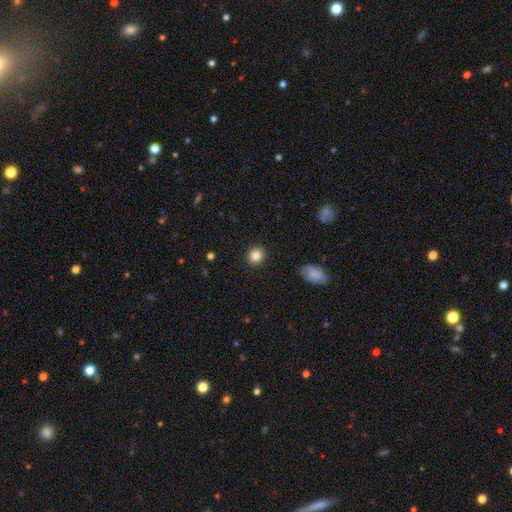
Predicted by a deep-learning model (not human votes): Morphology: type=smooth (85%); roundness=round (82%); merging=none (91%).